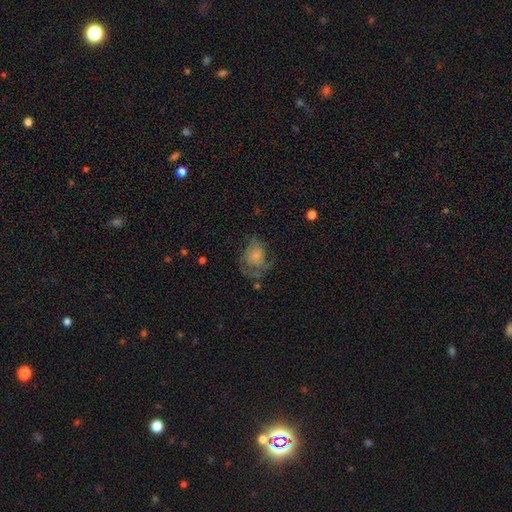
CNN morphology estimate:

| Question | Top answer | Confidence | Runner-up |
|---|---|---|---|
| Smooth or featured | featured or disk | 51% | smooth (40%) |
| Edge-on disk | no | 97% | yes (3%) |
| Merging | none | 40% | major disturbance (33%) |